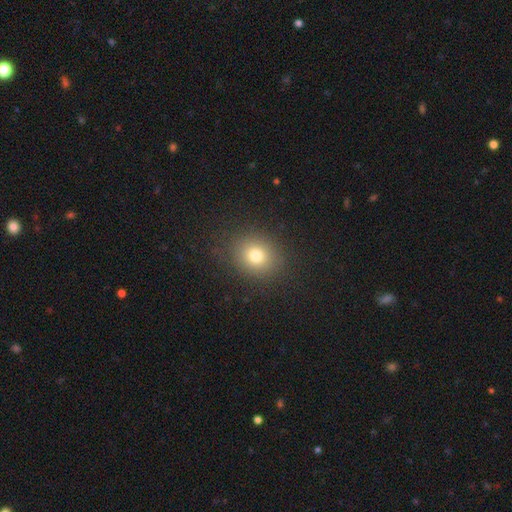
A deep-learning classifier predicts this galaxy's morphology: smooth 77%, star or artifact 14%, featured or disk 9%. Down the decision tree: how rounded — round (70%); merging — none (87%).